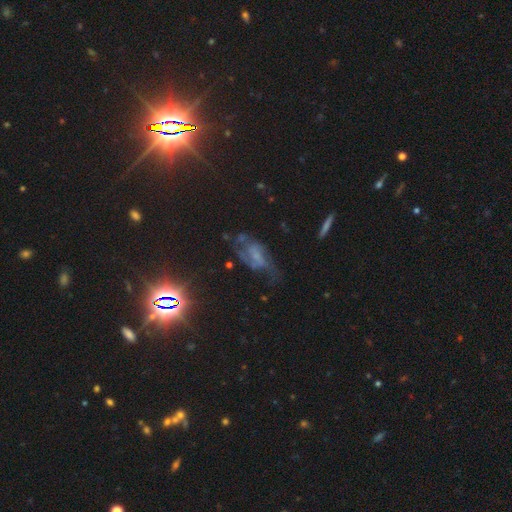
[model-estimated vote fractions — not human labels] This is possibly a featured or disk galaxy (57%). It is clearly not viewed edge-on (91%). Bar: possibly no (55%). Spiral arm pattern: likely yes (71%). Central bulge: marginally none (39%). Merging: marginally none (41%).